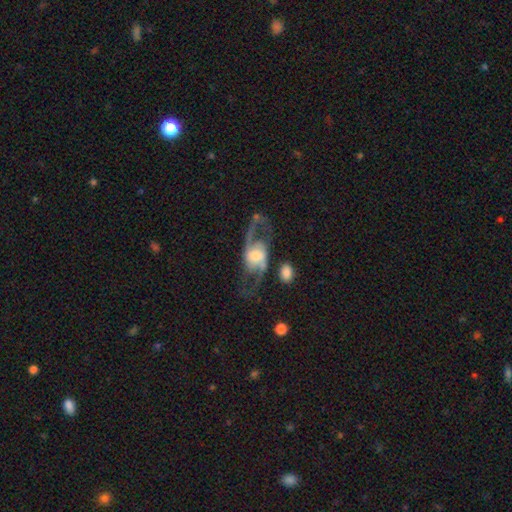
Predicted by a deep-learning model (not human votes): Morphology: type=featured or disk (83%); edge-on=no (94%); bar=no (46%); spiral arms=yes (93%); winding=loose (59%); arm count=2 (91%); bulge=moderate (45%); merging=none (58%).